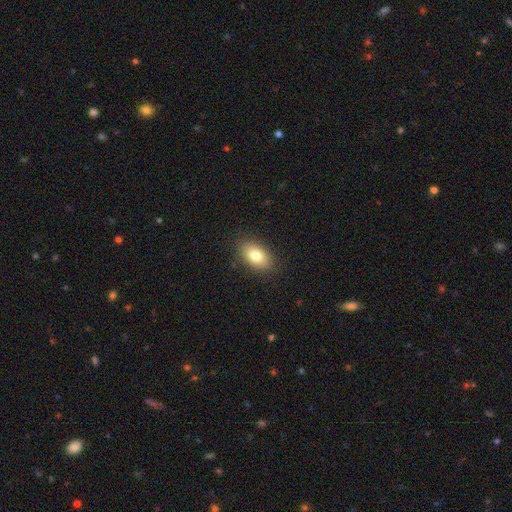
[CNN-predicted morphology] smooth_or_featured: smooth (p=0.79) [alt: featured or disk p=0.13]
how_rounded: in between (p=0.90) [alt: round p=0.08]
merging: none (p=0.87) [alt: minor disturbance p=0.10]